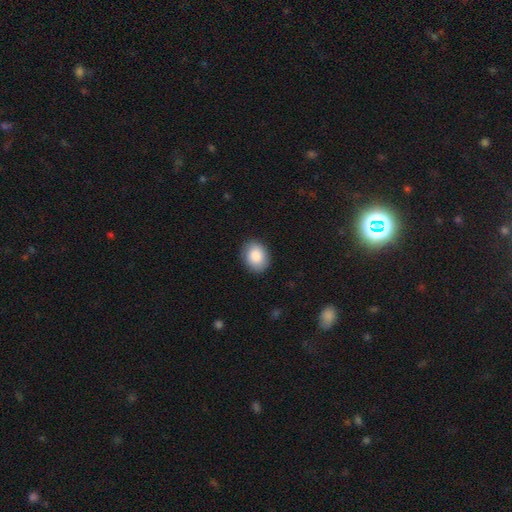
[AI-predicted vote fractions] Smooth or featured? smooth (85%)
How rounded? in between (53%)
Merging? none (87%)